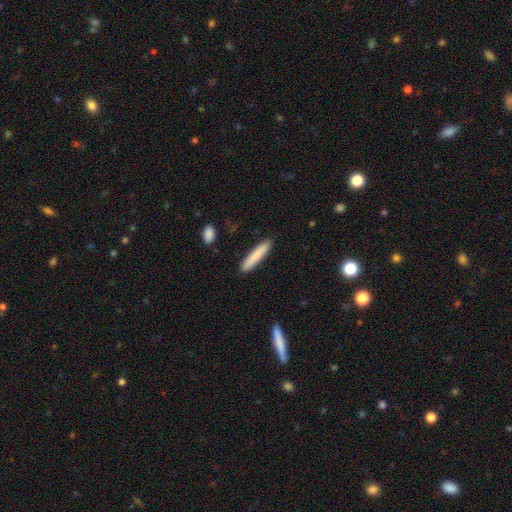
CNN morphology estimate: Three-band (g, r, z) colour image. It shows a smooth galaxy with no disk features (83%) that is cigar-shaped (91%). Merging: none (90%).